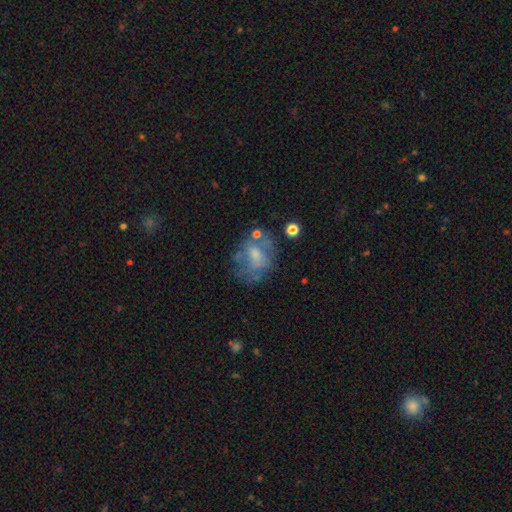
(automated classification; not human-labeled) Smooth or featured: featured or disk — 51% (smooth — 38%)
Edge-on disk: no — 97% (yes — 3%)
Merging: none — 48% (minor disturbance — 22%)